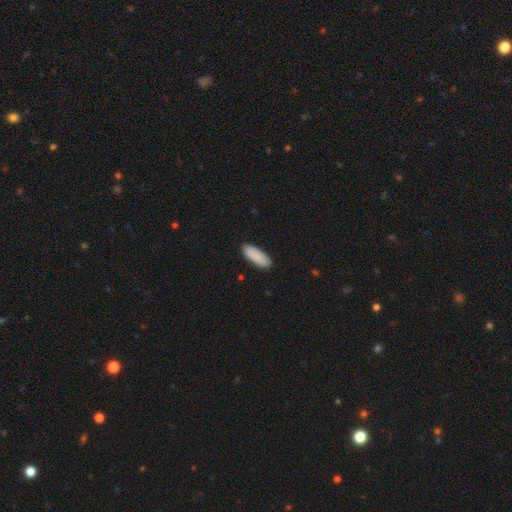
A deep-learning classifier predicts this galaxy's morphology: Overall: smooth (90%). How rounded: in between (69%). Merging: none (88%).